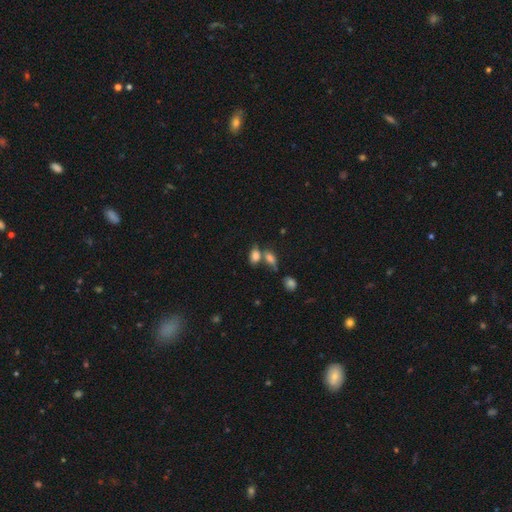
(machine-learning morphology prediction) Smooth or featured? Predicted: smooth (p=0.79). How rounded? Predicted: in between (p=0.87). Merging? Predicted: none (p=0.43).